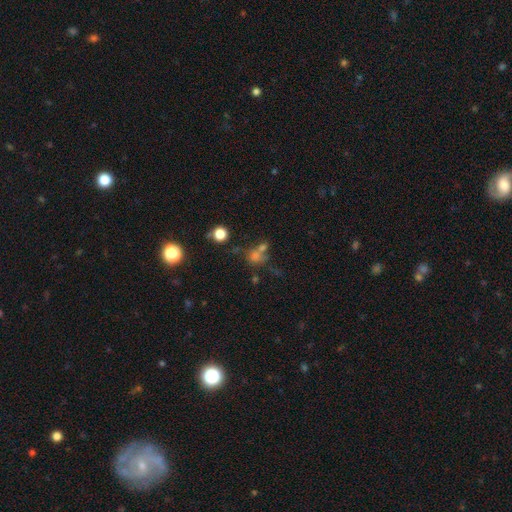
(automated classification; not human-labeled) A smooth galaxy with no disk features (52%) that is round (72%). Merging: none (44%).